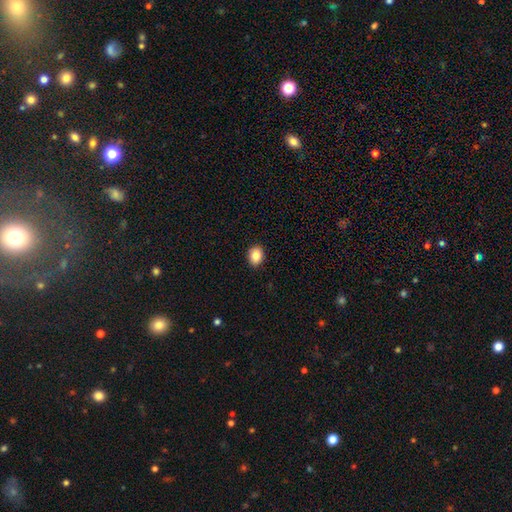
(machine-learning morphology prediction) smooth 86%, star or artifact 9%, featured or disk 5%. Down the decision tree: how rounded — in between (58%); merging — none (91%).